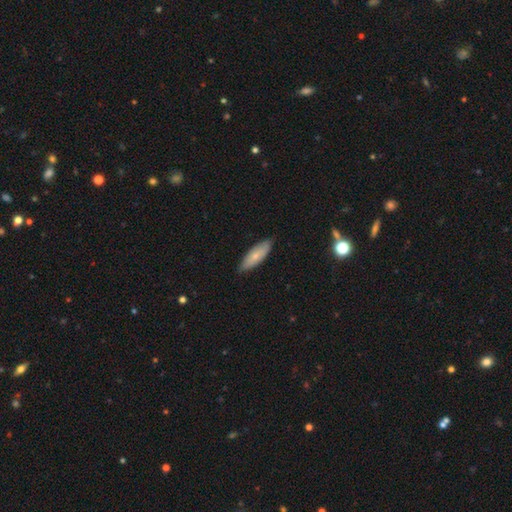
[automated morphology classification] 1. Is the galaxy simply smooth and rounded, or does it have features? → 69% smooth, 26% featured or disk, 6% star or artifact.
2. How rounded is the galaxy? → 61% in between, 37% cigar-shaped, 2% round.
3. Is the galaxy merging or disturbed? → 80% none, 17% minor disturbance, 2% major disturbance, 1% merger.